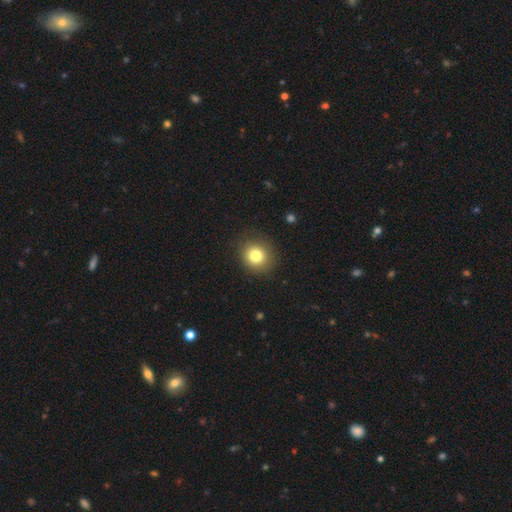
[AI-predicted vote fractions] Smooth or featured? smooth (80%)
How rounded? round (86%)
Merging? none (89%)